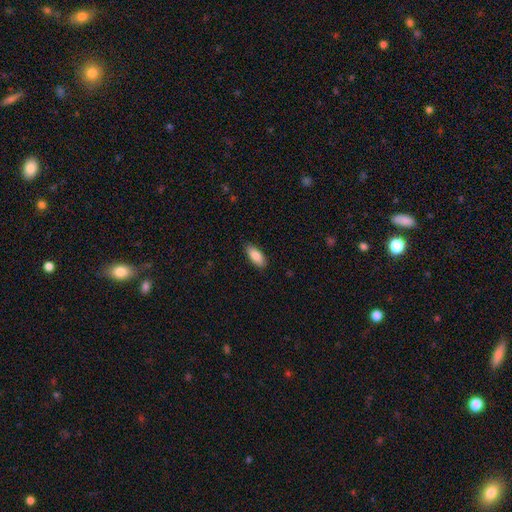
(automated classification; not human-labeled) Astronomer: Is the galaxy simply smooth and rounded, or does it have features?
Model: smooth — 87%.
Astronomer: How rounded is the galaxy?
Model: in between — 83%.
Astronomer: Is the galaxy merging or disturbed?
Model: none — 87%.